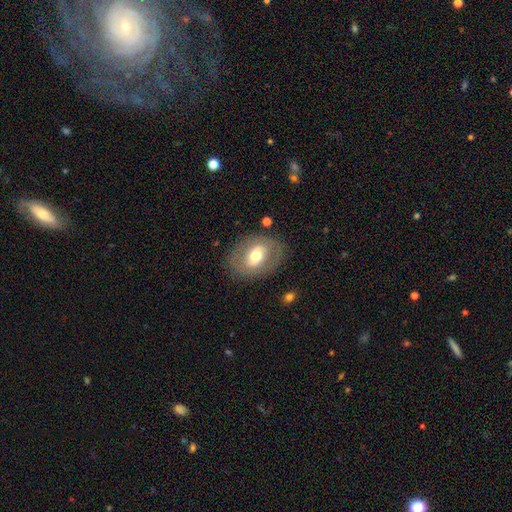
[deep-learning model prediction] Smooth or featured: smooth — 47% (featured or disk — 46%)
Merging: none — 80% (minor disturbance — 13%)